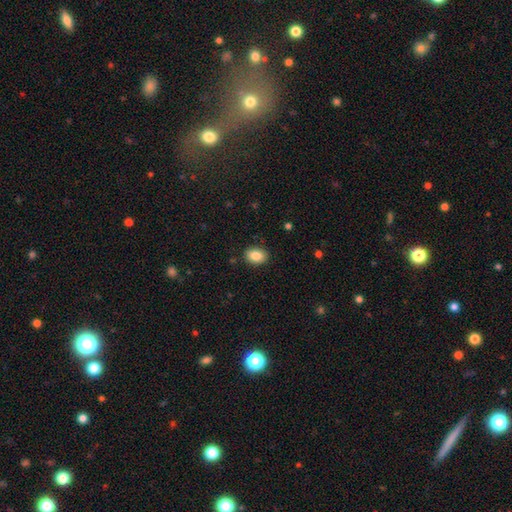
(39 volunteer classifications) This is clearly a smooth galaxy (97%). How rounded: clearly in between (84%). Merging: clearly none (92%).